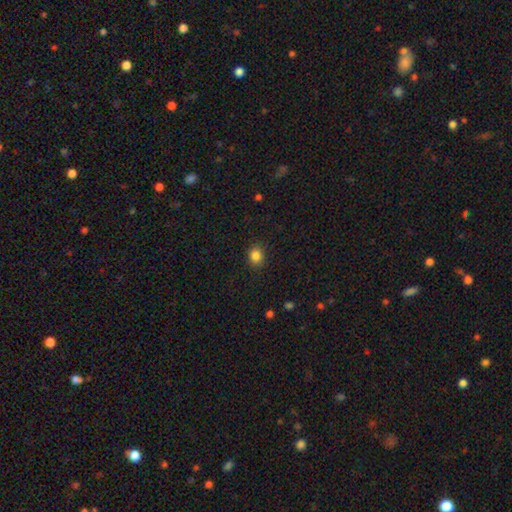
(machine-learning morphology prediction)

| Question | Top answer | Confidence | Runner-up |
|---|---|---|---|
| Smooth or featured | smooth | 85% | star or artifact (11%) |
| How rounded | round | 62% | in between (37%) |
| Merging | none | 89% | minor disturbance (7%) |